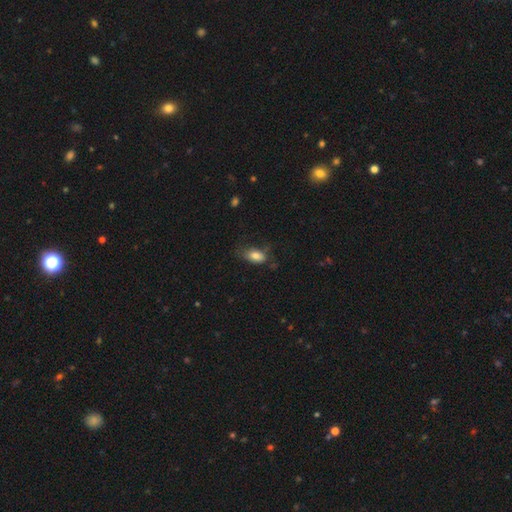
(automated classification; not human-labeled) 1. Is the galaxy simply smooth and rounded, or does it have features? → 81% smooth, 11% featured or disk, 8% star or artifact.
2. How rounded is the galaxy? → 89% in between, 6% round, 5% cigar-shaped.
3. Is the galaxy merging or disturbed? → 52% none, 30% minor disturbance, 15% major disturbance, 2% merger.